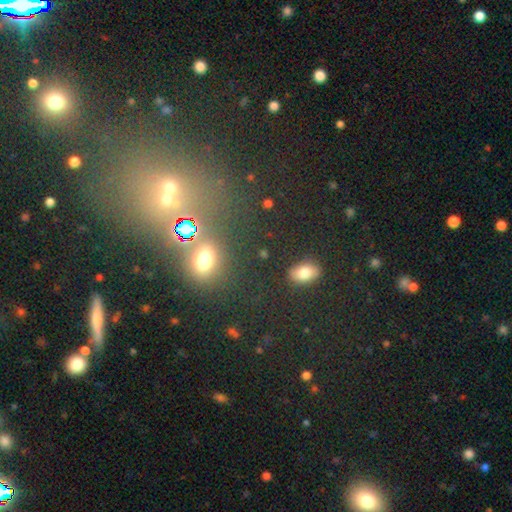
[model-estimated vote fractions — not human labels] This appears to be a smooth galaxy with no disk features (48%). Merging: none (66%).